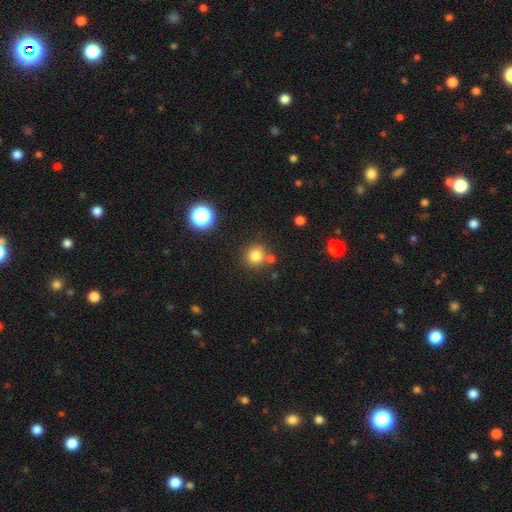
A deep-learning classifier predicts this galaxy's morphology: This appears to be a smooth galaxy with no disk features (80%) that is round (92%). Merging: none (75%).